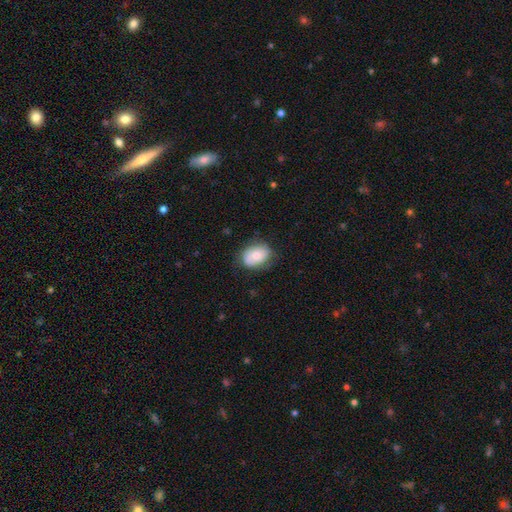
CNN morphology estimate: smooth 71%, featured or disk 22%, star or artifact 7%. Down the decision tree: how rounded — in between (74%); merging — none (72%).